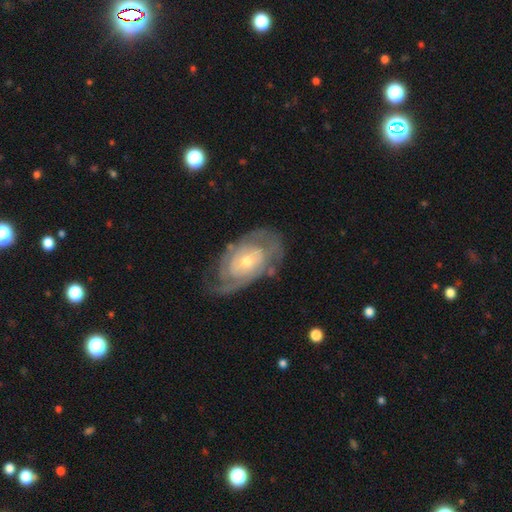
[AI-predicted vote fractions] Q: Smooth or featured?
A: featured or disk (82%); runner-up: smooth (13%)
Q: Edge-on disk?
A: no (95%); runner-up: yes (5%)
Q: Bar?
A: no (76%); runner-up: weak (19%)
Q: Spiral arms?
A: yes (86%); runner-up: no (14%)
Q: Spiral winding?
A: tight (66%); runner-up: medium (26%)
Q: Spiral arm count?
A: can't tell (41%); runner-up: 2 (34%)
Q: Bulge size?
A: small (55%); runner-up: moderate (41%)
Q: Merging?
A: none (65%); runner-up: minor disturbance (21%)